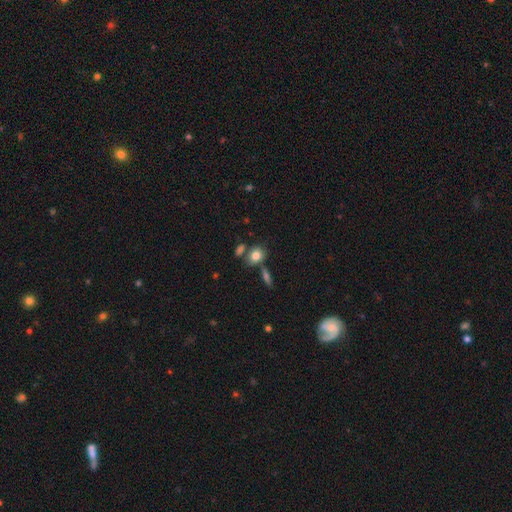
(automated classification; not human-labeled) Smooth or featured? Predicted: smooth (p=0.80). How rounded? Predicted: round (p=0.52). Merging? Predicted: none (p=0.63).